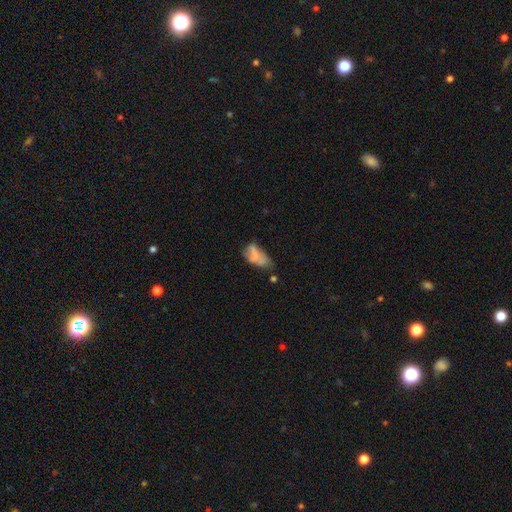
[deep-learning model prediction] Smooth or featured: smooth — 55% (featured or disk — 34%)
How rounded: in between — 88% (cigar-shaped — 6%)
Merging: none — 28% (minor disturbance — 27%)